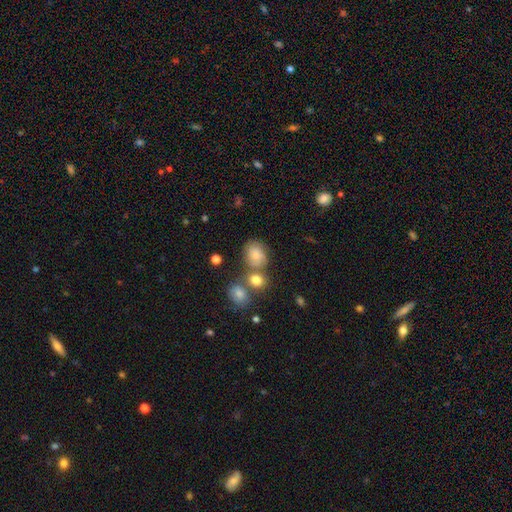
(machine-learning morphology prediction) The model was most divided on "how rounded": in between: 50%, round: 49%, cigar-shaped: 1%. More confident: smooth or featured — smooth (74%); merging — none (51%).